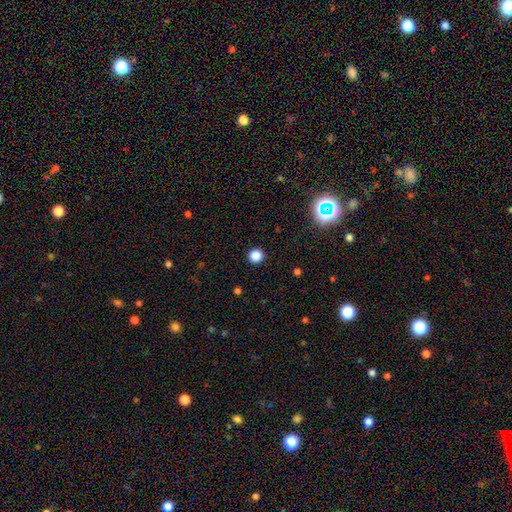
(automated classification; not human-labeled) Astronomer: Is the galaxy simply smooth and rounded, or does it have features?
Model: smooth — 85%.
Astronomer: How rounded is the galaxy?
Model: round — 95%.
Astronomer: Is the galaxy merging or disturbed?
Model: none — 93%.